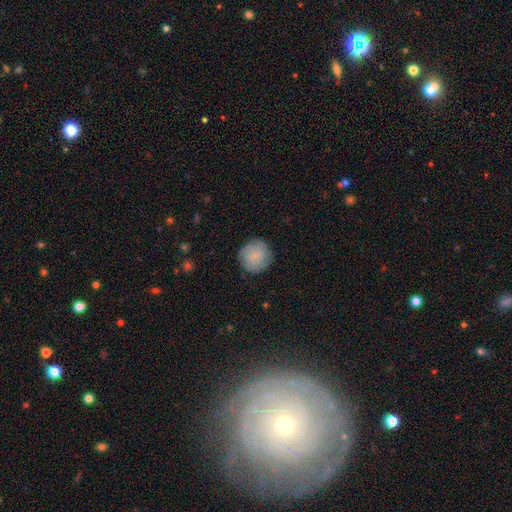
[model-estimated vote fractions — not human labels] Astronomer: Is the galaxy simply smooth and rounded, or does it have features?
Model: smooth — 75%.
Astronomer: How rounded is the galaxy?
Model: round — 91%.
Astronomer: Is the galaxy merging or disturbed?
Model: none — 82%.